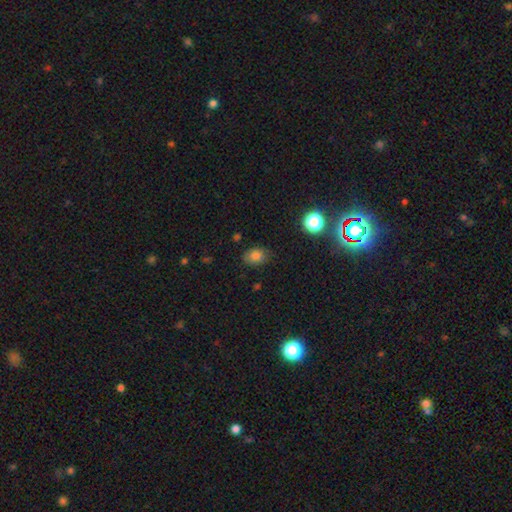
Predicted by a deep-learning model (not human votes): Smooth or featured?
  - smooth: 79% *
  - star or artifact: 13%
  - featured or disk: 8%
How rounded?
  - in between: 68% *
  - round: 31%
  - cigar-shaped: 1%
Merging?
  - none: 77% *
  - minor disturbance: 18%
  - major disturbance: 4%
  - merger: 2%